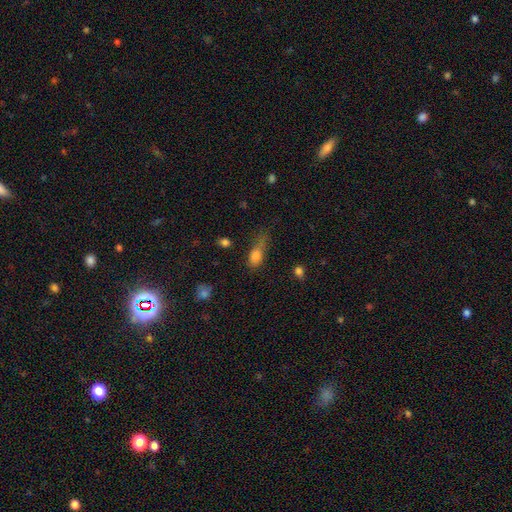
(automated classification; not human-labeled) Smooth or featured? smooth (78%)
How rounded? in between (71%)
Merging? minor disturbance (35%)